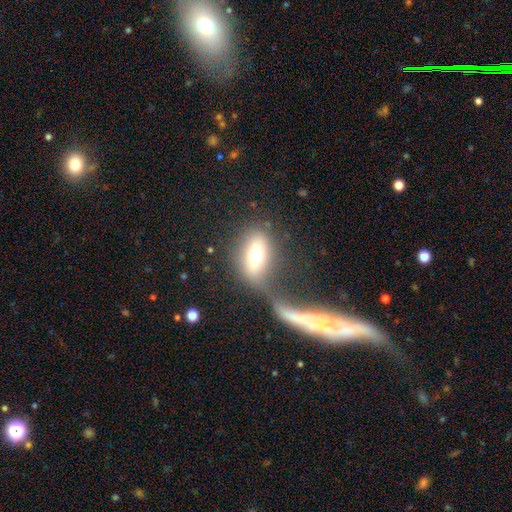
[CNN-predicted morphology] type=smooth (63%); roundness=in between (77%); merging=none (43%).